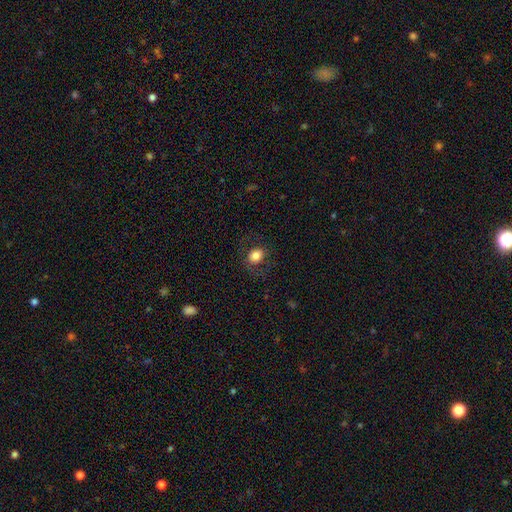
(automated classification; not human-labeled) A smooth galaxy with no disk features (79%) that is round (53%).

Vote fractions:
- Smooth or featured? smooth: 79% / featured or disk: 11% / star or artifact: 9%
- How rounded? round: 53% / in between: 46% / cigar-shaped: 1%
- Merging? none: 79% / minor disturbance: 12% / major disturbance: 7% / merger: 1%